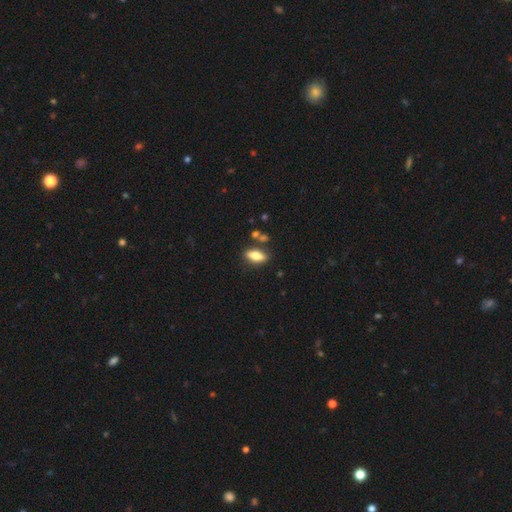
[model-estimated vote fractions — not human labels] This appears to be a smooth galaxy with no disk features (71%) that is in between round and cigar-shaped (77%). Merging: none (76%).